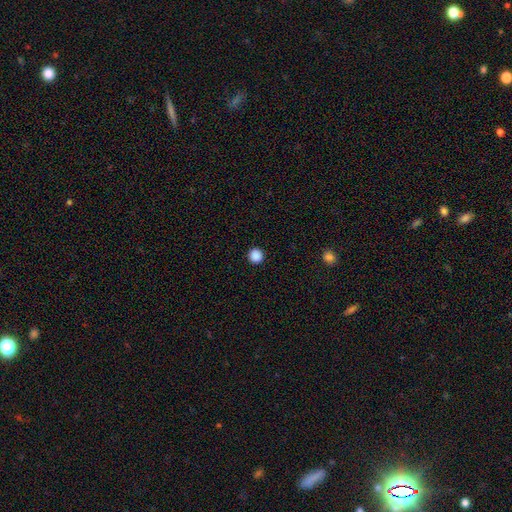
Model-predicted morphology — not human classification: type=smooth (88%); roundness=round (96%); merging=none (94%).